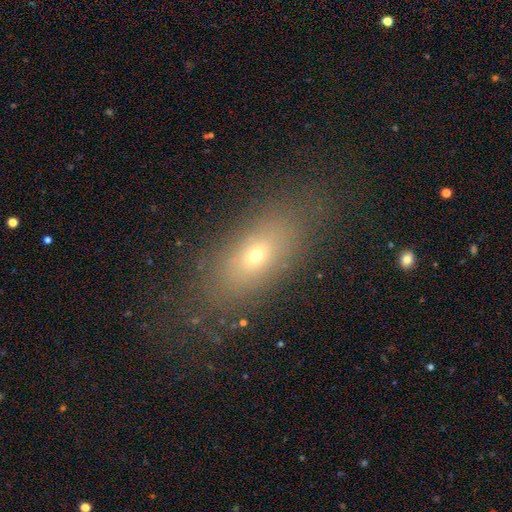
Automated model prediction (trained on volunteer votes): Smooth or featured?
  - smooth: 62% *
  - featured or disk: 22%
  - star or artifact: 16%
How rounded?
  - in between: 76% *
  - cigar-shaped: 15%
  - round: 10%
Merging?
  - none: 76% *
  - minor disturbance: 13%
  - major disturbance: 8%
  - merger: 2%